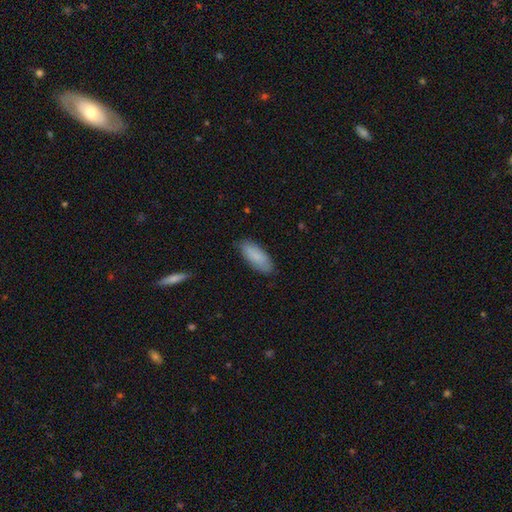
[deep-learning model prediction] smooth-or-featured: smooth: 85% | featured or disk: 9% | star or artifact: 6%
  how-rounded: in between: 77% | cigar-shaped: 21% | round: 2%
  merging: none: 82% | minor disturbance: 14% | major disturbance: 3% | merger: 1%